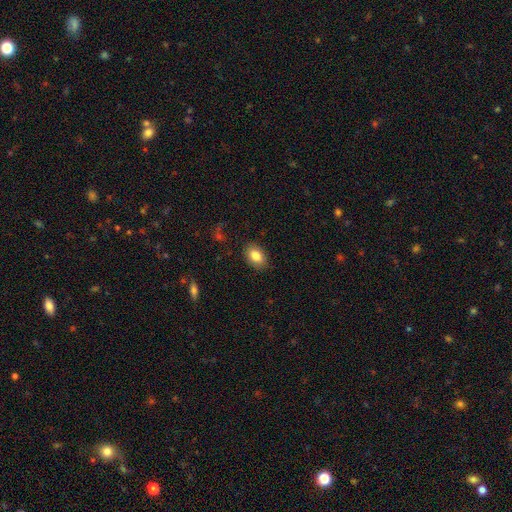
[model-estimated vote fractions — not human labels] Morphology: type=smooth (84%); roundness=in between (83%); merging=none (86%).